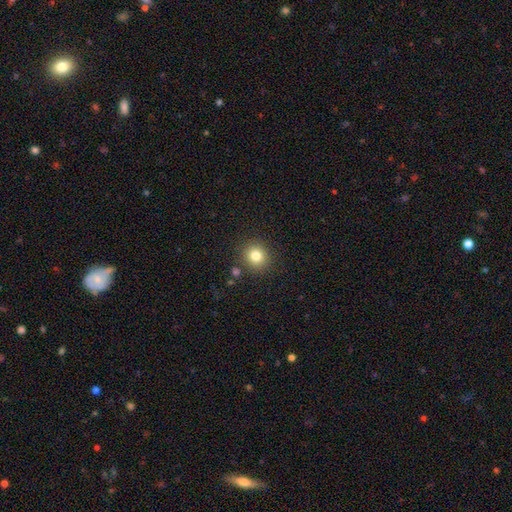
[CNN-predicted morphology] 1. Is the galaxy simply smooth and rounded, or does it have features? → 80% smooth, 12% star or artifact, 7% featured or disk.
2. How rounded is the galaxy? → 90% round, 10% in between, 1% cigar-shaped.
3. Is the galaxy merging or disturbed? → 86% none, 8% minor disturbance, 4% merger, 3% major disturbance.